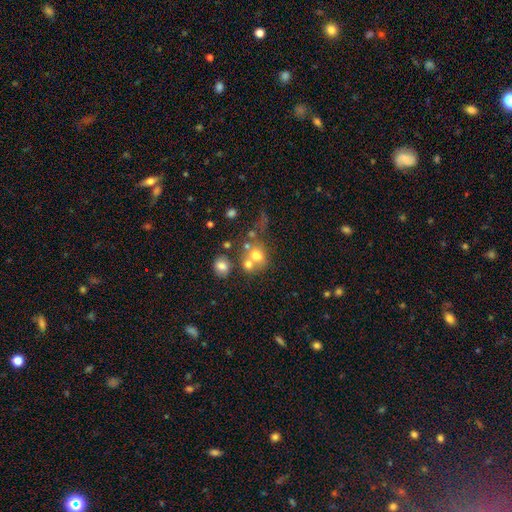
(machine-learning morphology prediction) Q: Smooth or featured?
A: smooth (66%); runner-up: featured or disk (20%)
Q: How rounded?
A: round (60%); runner-up: in between (39%)
Q: Merging?
A: merger (49%); runner-up: none (31%)